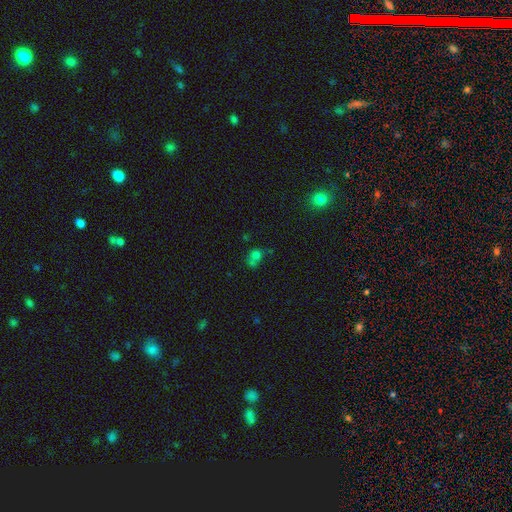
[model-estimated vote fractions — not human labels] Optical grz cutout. It shows a smooth galaxy with no disk features (67%) that is round (66%). Merging: merger (46%).